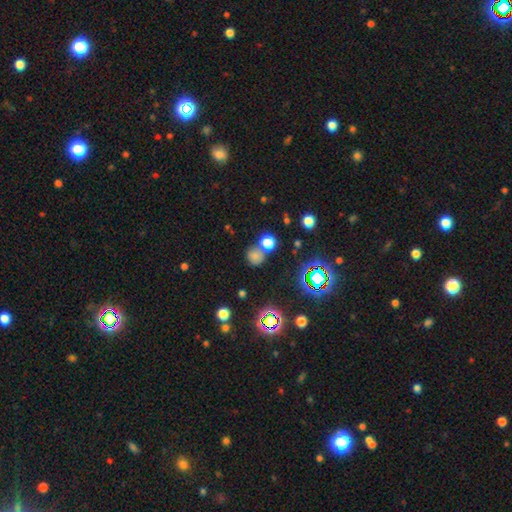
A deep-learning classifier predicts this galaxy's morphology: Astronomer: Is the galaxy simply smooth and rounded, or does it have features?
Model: smooth — 65%.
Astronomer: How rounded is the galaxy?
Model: round — 87%.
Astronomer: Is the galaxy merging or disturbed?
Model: none — 60%.